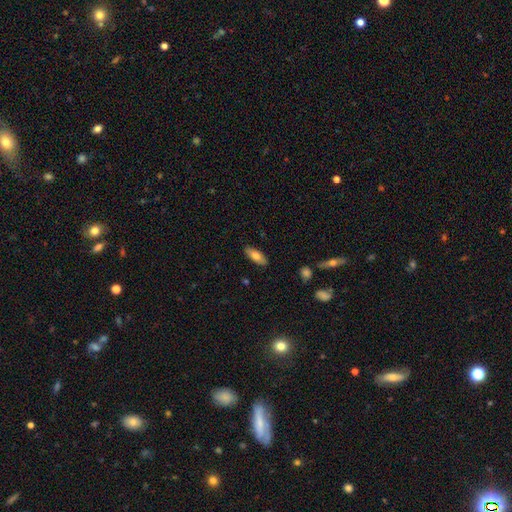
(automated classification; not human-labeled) Q: Smooth or featured?
A: smooth (75%); runner-up: featured or disk (19%)
Q: How rounded?
A: in between (75%); runner-up: cigar-shaped (23%)
Q: Merging?
A: none (87%); runner-up: minor disturbance (9%)